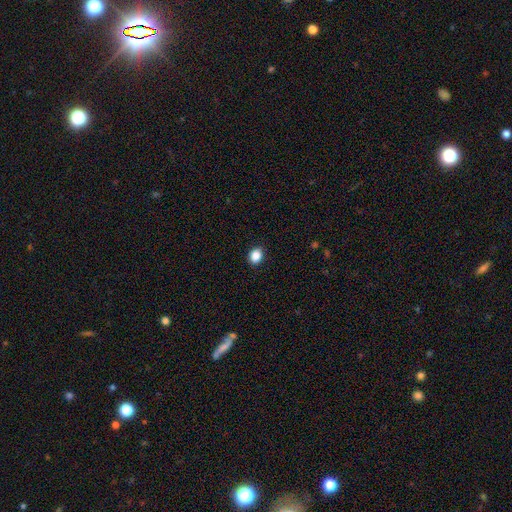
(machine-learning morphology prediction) This appears to be a smooth galaxy with no disk features (87%) that is round (57%). Merging: none (91%).